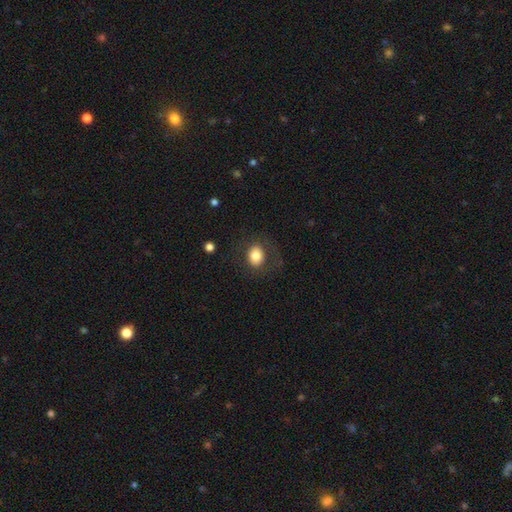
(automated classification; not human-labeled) smooth-or-featured: smooth: 79% | featured or disk: 12% | star or artifact: 9%
  how-rounded: round: 50% | in between: 49% | cigar-shaped: 1%
  merging: none: 77% | minor disturbance: 13% | major disturbance: 9% | merger: 1%